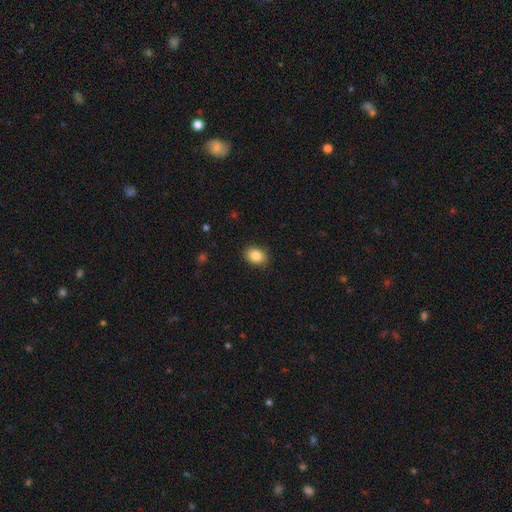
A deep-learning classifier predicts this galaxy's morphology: This appears to be a smooth galaxy with no disk features (86%) that is in between round and cigar-shaped (63%). Merging: none (89%).